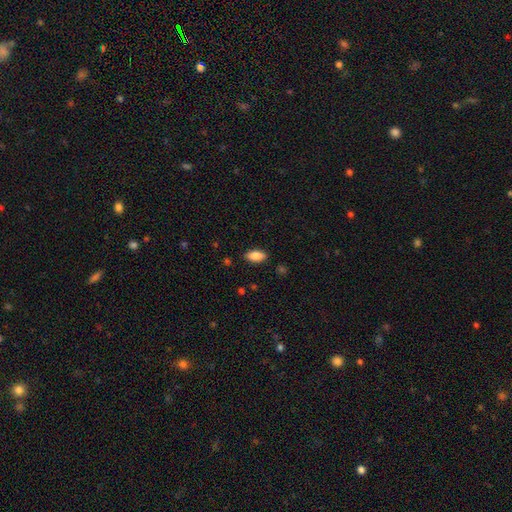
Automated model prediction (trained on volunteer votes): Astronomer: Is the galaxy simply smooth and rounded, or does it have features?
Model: smooth — 85%.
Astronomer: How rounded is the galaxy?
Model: in between — 90%.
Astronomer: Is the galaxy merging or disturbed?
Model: none — 87%.